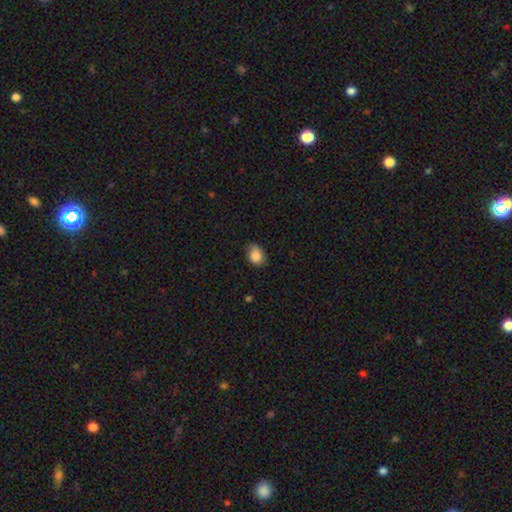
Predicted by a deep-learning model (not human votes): smooth_or_featured: smooth (p=0.86) [alt: star or artifact p=0.08]
how_rounded: in between (p=0.66) [alt: round p=0.33]
merging: none (p=0.72) [alt: minor disturbance p=0.23]